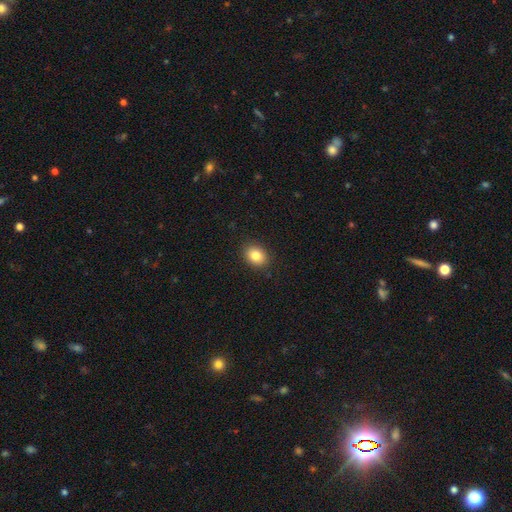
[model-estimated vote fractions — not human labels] Smooth or featured? Predicted: smooth (p=0.84). How rounded? Predicted: in between (p=0.59). Merging? Predicted: none (p=0.89).